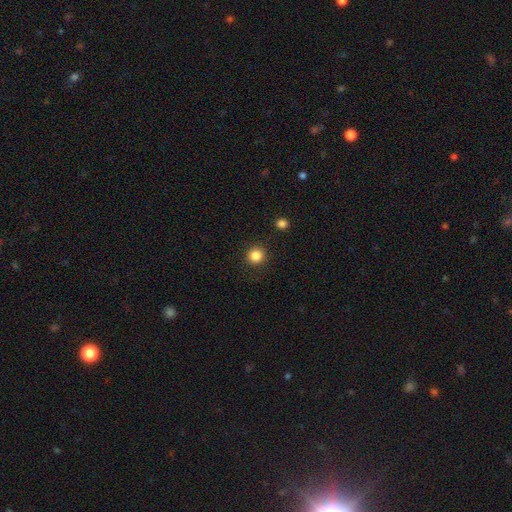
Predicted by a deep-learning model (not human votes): A smooth galaxy with no disk features (85%) that is round (94%).

Vote fractions:
- Smooth or featured? smooth: 85% / star or artifact: 11% / featured or disk: 4%
- How rounded? round: 94% / in between: 6% / cigar-shaped: 1%
- Merging? none: 90% / minor disturbance: 6% / major disturbance: 2% / merger: 2%